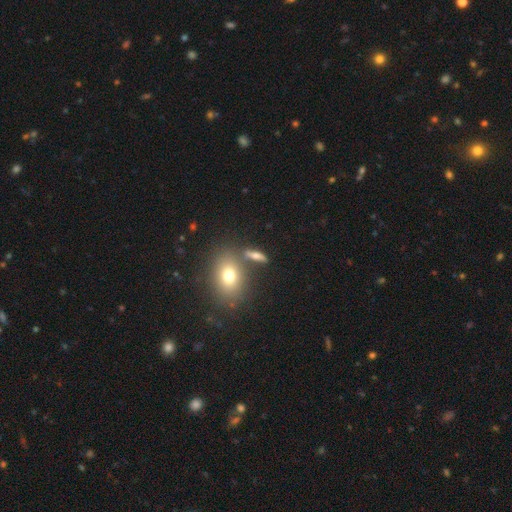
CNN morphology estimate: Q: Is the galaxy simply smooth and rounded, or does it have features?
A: smooth — 59%.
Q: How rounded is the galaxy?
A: in between — 43%.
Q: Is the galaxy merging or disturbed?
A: none — 70%.